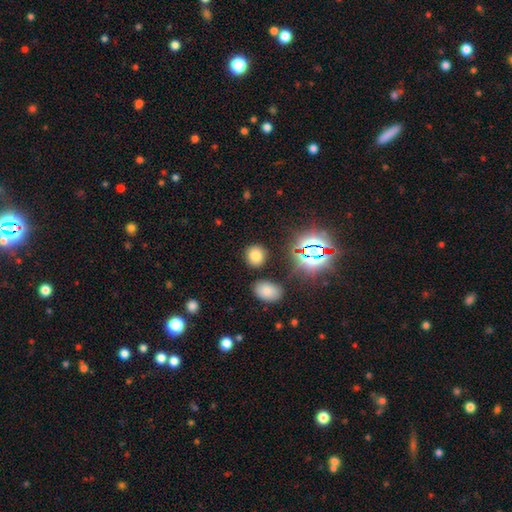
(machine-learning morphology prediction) This is likely a smooth galaxy (73%). How rounded: likely round (77%). Merging: clearly none (85%).